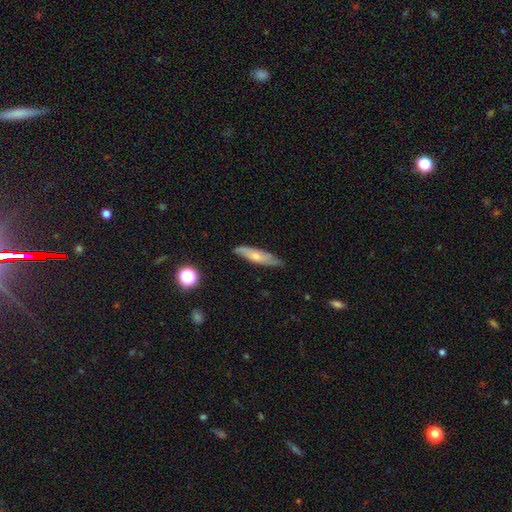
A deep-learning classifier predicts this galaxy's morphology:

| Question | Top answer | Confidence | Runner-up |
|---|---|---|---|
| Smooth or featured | smooth | 53% | featured or disk (41%) |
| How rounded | cigar-shaped | 74% | in between (24%) |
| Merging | none | 73% | minor disturbance (22%) |